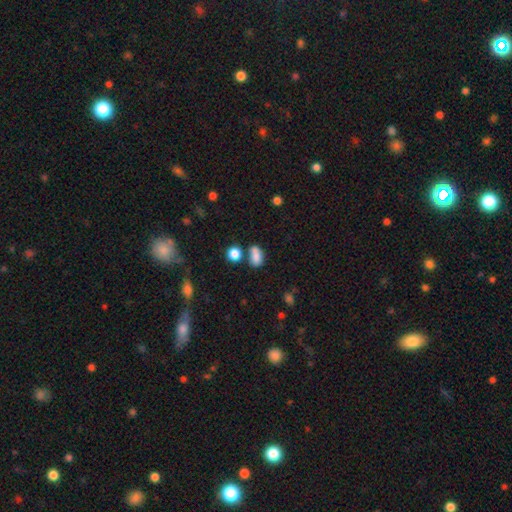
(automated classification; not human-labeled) smooth 81%, star or artifact 11%, featured or disk 8%. Down the decision tree: how rounded — in between (79%); merging — none (46%).